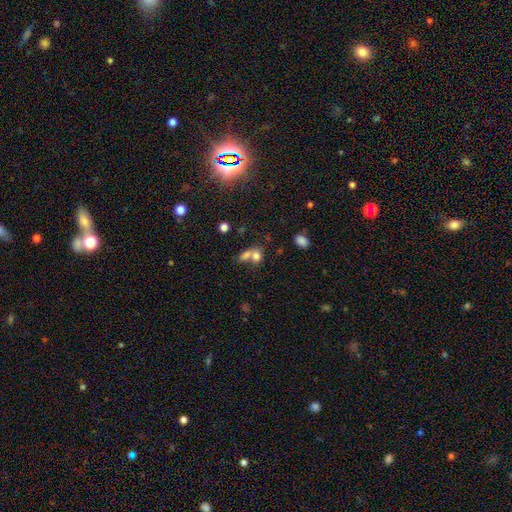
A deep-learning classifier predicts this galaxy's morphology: smooth-or-featured: smooth: 74% | featured or disk: 13% | star or artifact: 13%
  how-rounded: round: 50% | in between: 48% | cigar-shaped: 3%
  merging: merger: 63% | none: 26% | minor disturbance: 7% | major disturbance: 5%